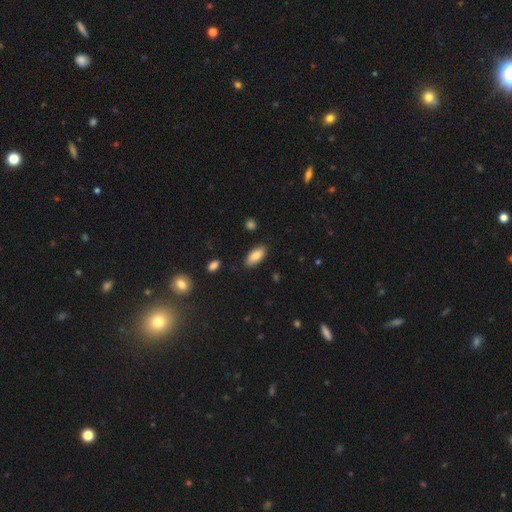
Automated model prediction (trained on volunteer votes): smooth_or_featured: smooth (p=0.84) [alt: featured or disk p=0.09]
how_rounded: in between (p=0.89) [alt: cigar-shaped p=0.09]
merging: none (p=0.86) [alt: minor disturbance p=0.11]